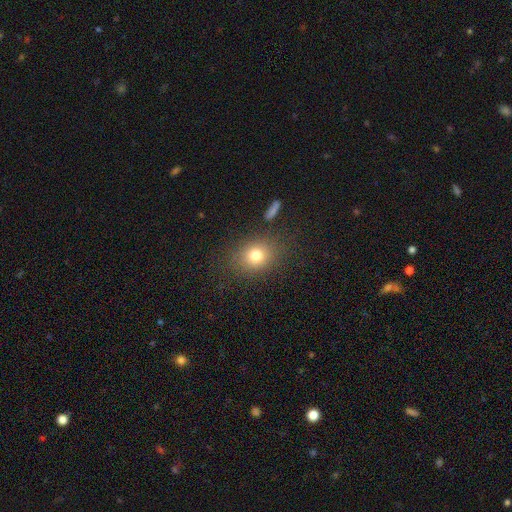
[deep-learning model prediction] This is likely a smooth galaxy (77%). How rounded: possibly round (56%). Merging: clearly none (81%).